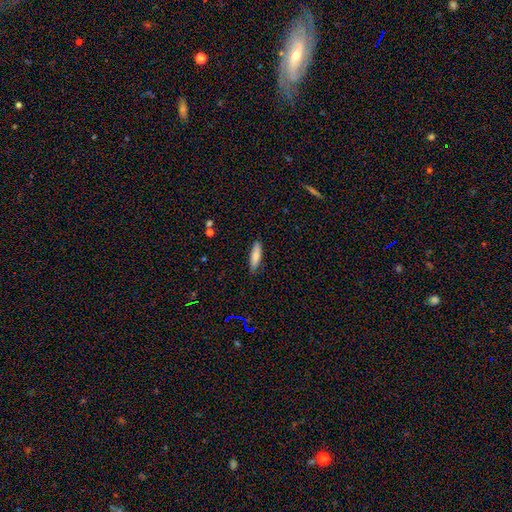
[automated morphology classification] Smooth or featured: smooth — 79% (featured or disk — 14%)
How rounded: cigar-shaped — 64% (in between — 35%)
Merging: none — 85% (minor disturbance — 12%)